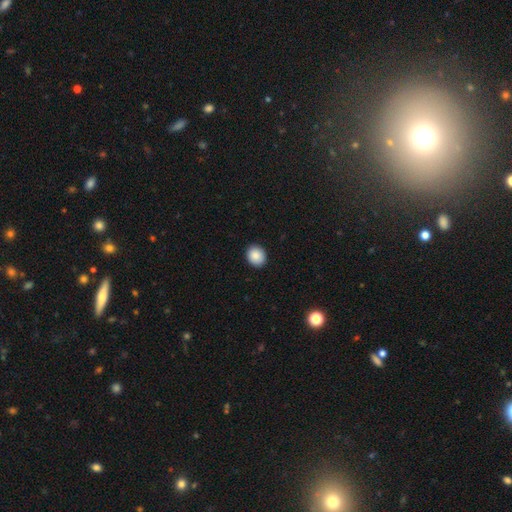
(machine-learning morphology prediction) type=smooth (88%); roundness=round (70%); merging=none (91%).